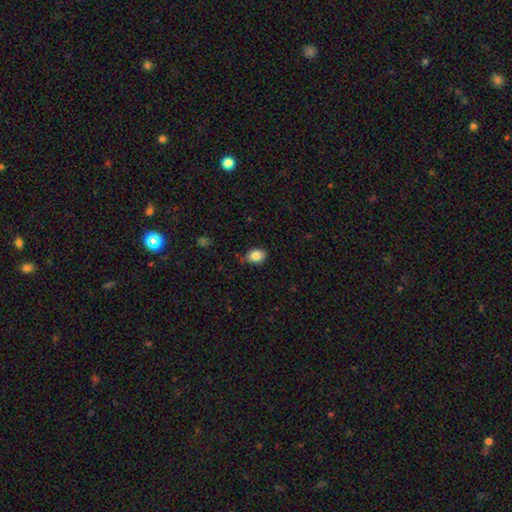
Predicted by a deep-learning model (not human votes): A smooth galaxy with no disk features (83%) that is in between round and cigar-shaped (67%).

Vote fractions:
- Smooth or featured? smooth: 83% / star or artifact: 9% / featured or disk: 8%
- How rounded? in between: 67% / round: 32% / cigar-shaped: 1%
- Merging? none: 74% / minor disturbance: 21% / major disturbance: 3% / merger: 2%